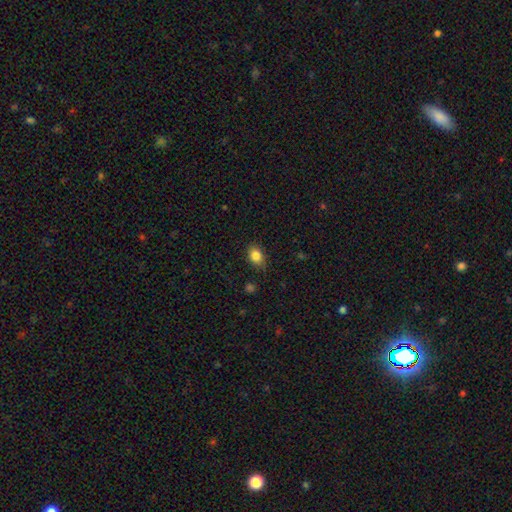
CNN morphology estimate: smooth-or-featured: smooth: 85% | star or artifact: 9% | featured or disk: 6%
  how-rounded: in between: 69% | round: 30% | cigar-shaped: 1%
  merging: none: 80% | minor disturbance: 15% | major disturbance: 3% | merger: 1%